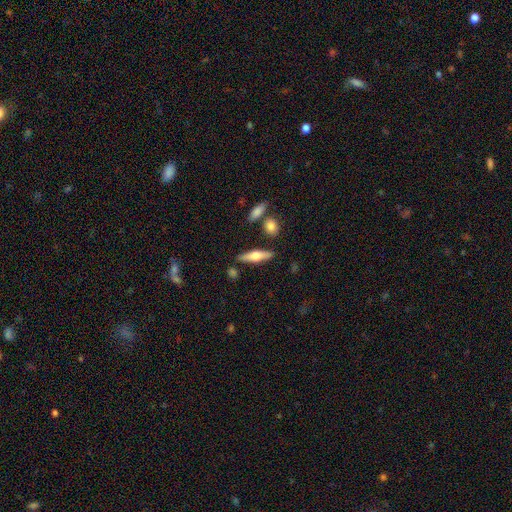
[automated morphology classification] Smooth or featured?
  - featured or disk: 48% *
  - smooth: 46%
  - star or artifact: 6%
Merging?
  - none: 83% *
  - minor disturbance: 10%
  - merger: 4%
  - major disturbance: 2%